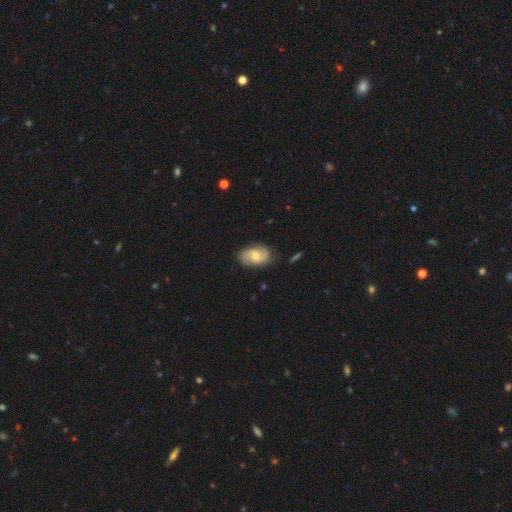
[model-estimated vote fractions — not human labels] Smooth or featured?
  - featured or disk: 70% *
  - smooth: 24%
  - star or artifact: 6%
Edge-on disk?
  - no: 97% *
  - yes: 3%
Bar?
  - no: 51% *
  - weak: 42%
  - strong: 7%
Spiral arms?
  - yes: 93% *
  - no: 7%
Spiral winding?
  - medium: 46% *
  - loose: 29%
  - tight: 25%
Spiral arm count?
  - 2: 86% *
  - can't tell: 7%
  - 3: 2%
  - 1: 2%
  - 4: 1%
  - more than 4: 1%
Bulge size?
  - moderate: 55% *
  - small: 38%
  - large: 3%
  - none: 3%
  - dominant: 1%
Merging?
  - none: 79% *
  - minor disturbance: 15%
  - major disturbance: 4%
  - merger: 2%